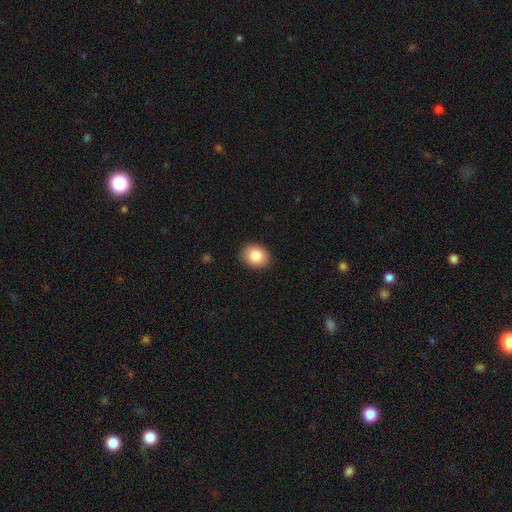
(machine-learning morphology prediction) The model was most divided on "how rounded": round: 52%, in between: 47%, cigar-shaped: 1%. More confident: merging — none (90%); smooth or featured — smooth (84%).